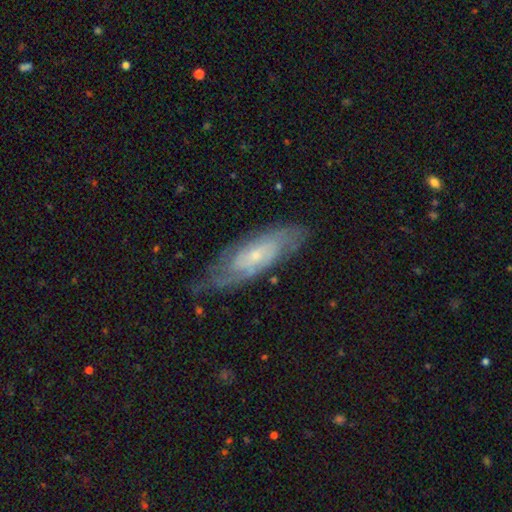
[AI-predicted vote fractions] Smooth or featured? featured or disk (75%)
Edge-on disk? no (84%)
Bar? no (64%)
Spiral arms? yes (90%)
Spiral winding? tight (60%)
Spiral arm count? can't tell (46%)
Bulge size? small (70%)
Merging? none (70%)